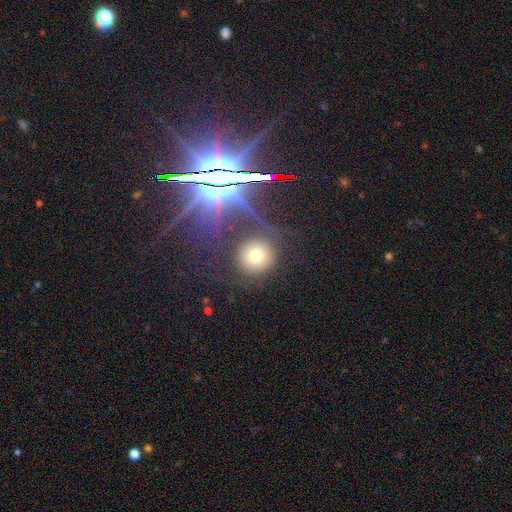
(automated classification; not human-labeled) This is likely a smooth galaxy (68%). How rounded: clearly round (93%). Merging: likely none (78%).